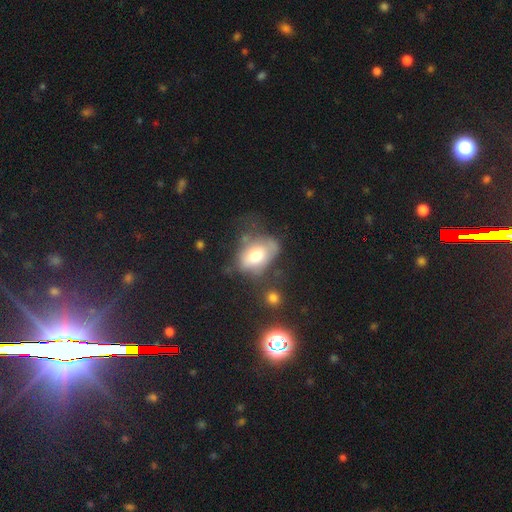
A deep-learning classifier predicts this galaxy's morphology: Overall: smooth (65%; featured or disk 26%). How rounded: in between (82%). Merging: none (35%; minor disturbance 29%).